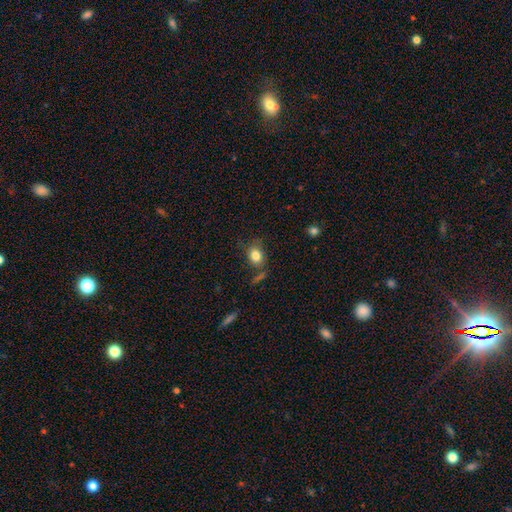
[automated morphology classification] Smooth or featured?
  - smooth: 82% *
  - featured or disk: 9%
  - star or artifact: 9%
How rounded?
  - in between: 61% *
  - round: 38%
  - cigar-shaped: 2%
Merging?
  - none: 67% *
  - minor disturbance: 19%
  - major disturbance: 7%
  - merger: 6%